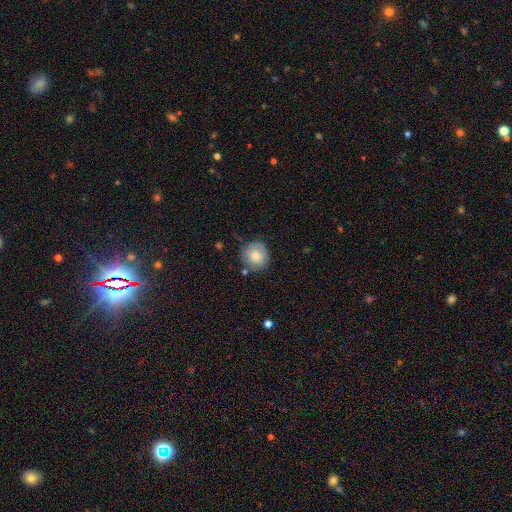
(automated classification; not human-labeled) smooth_or_featured: smooth (p=0.79) [alt: featured or disk p=0.14]
how_rounded: round (p=0.92) [alt: in between p=0.07]
merging: none (p=0.78) [alt: minor disturbance p=0.15]